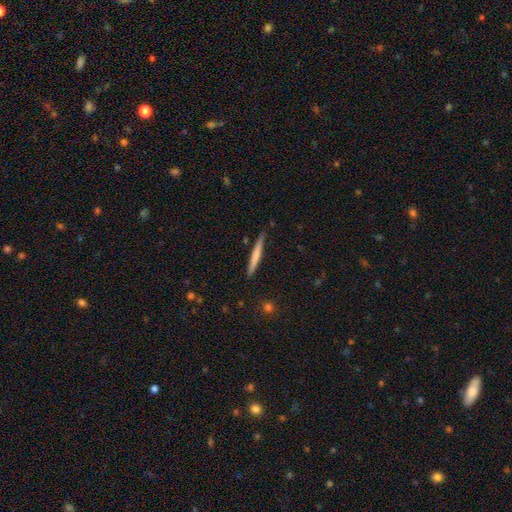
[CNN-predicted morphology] Q: Smooth or featured?
A: smooth (59%); runner-up: featured or disk (35%)
Q: How rounded?
A: cigar-shaped (96%); runner-up: in between (2%)
Q: Merging?
A: none (88%); runner-up: minor disturbance (9%)